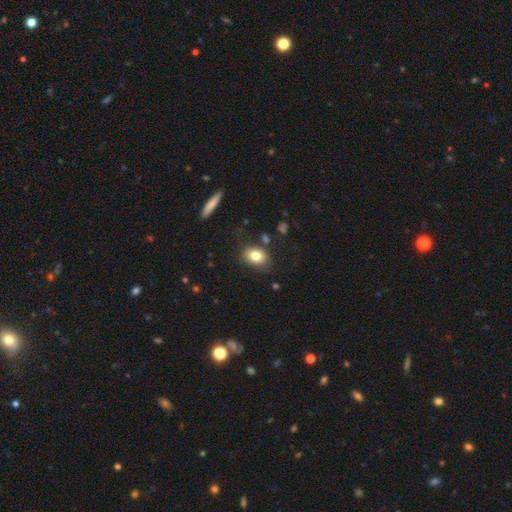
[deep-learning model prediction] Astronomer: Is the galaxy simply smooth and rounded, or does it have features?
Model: smooth — 80%.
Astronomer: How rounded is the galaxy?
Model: in between — 73%.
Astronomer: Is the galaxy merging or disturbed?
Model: none — 79%.